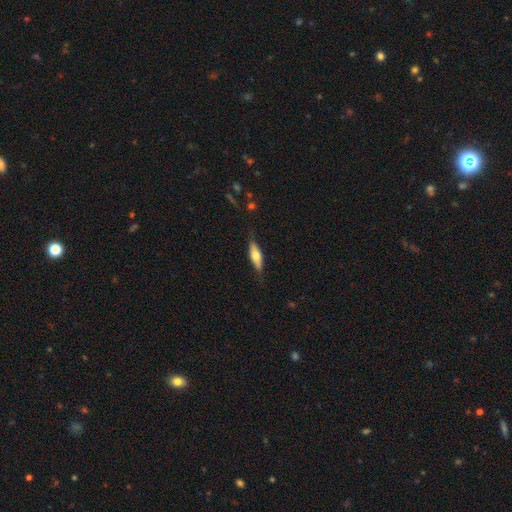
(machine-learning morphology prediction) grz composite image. It shows a smooth galaxy with no disk features (59%) that is cigar-shaped (51%). Merging: none (79%).